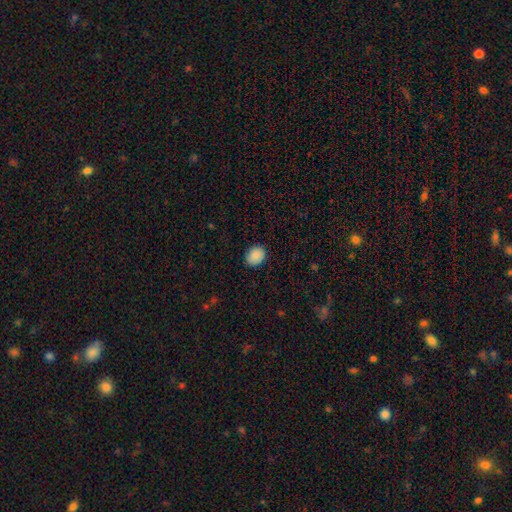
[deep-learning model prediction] Smooth or featured?
  - smooth: 87% *
  - star or artifact: 8%
  - featured or disk: 5%
How rounded?
  - in between: 52% *
  - round: 47%
  - cigar-shaped: 1%
Merging?
  - none: 87% *
  - minor disturbance: 10%
  - major disturbance: 2%
  - merger: 1%